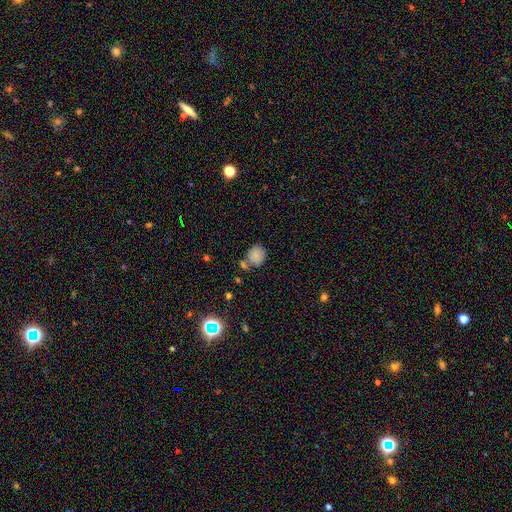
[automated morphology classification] This appears to be a smooth galaxy with no disk features (83%) that is round (70%). Merging: none (56%).